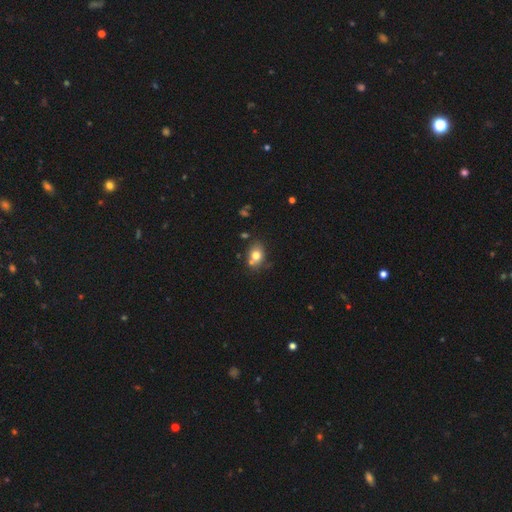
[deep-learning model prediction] This appears to be a smooth galaxy with no disk features (75%) that is in between round and cigar-shaped (61%). Merging: none (64%).